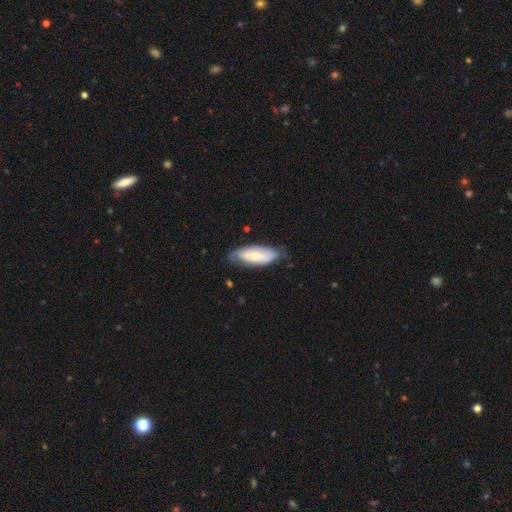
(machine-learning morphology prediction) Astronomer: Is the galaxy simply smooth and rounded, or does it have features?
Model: smooth — 54% (runner-up: featured or disk, 40%).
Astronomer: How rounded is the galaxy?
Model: in between — 78%.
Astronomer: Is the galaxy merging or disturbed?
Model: none — 67%.